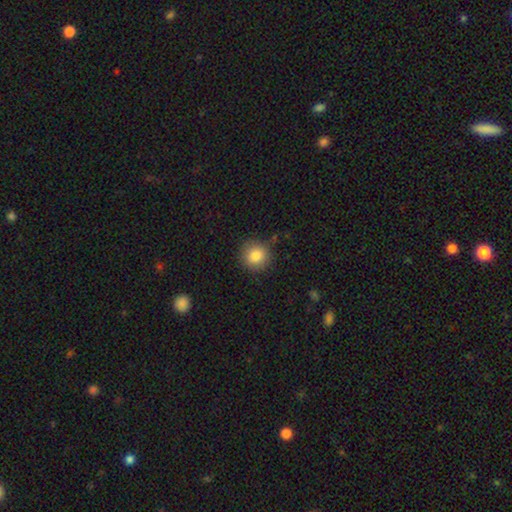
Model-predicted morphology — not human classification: This appears to be a smooth galaxy with no disk features (84%) that is round (92%). Merging: none (85%).